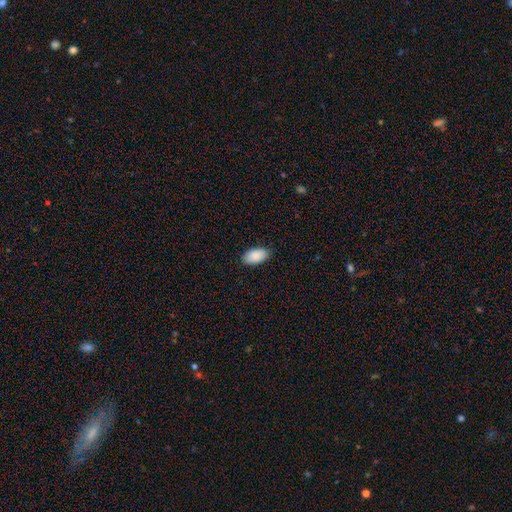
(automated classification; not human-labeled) Overall: smooth (90%). How rounded: in between (95%). Merging: none (86%).